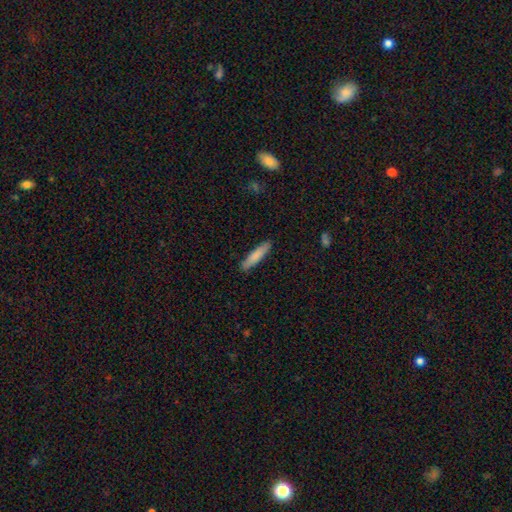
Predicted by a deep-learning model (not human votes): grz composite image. It shows a smooth galaxy with no disk features (81%) that is cigar-shaped (86%). Merging: none (89%).